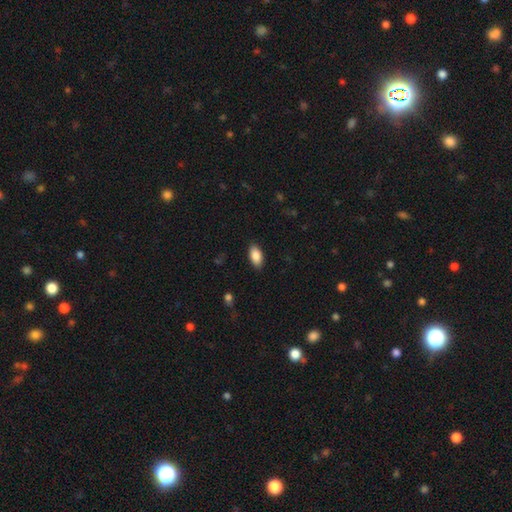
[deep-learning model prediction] Smooth or featured?
  - smooth: 88% *
  - star or artifact: 7%
  - featured or disk: 5%
How rounded?
  - in between: 93% *
  - cigar-shaped: 4%
  - round: 3%
Merging?
  - none: 87% *
  - minor disturbance: 10%
  - major disturbance: 2%
  - merger: 1%